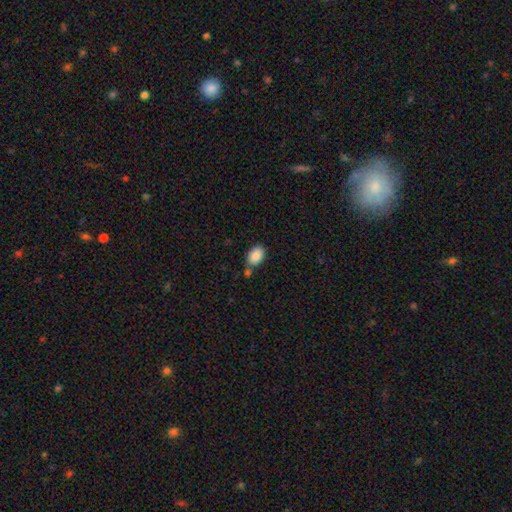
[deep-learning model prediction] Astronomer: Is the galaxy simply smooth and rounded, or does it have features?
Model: smooth — 88%.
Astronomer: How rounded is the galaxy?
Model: in between — 87%.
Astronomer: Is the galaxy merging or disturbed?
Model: none — 68%.